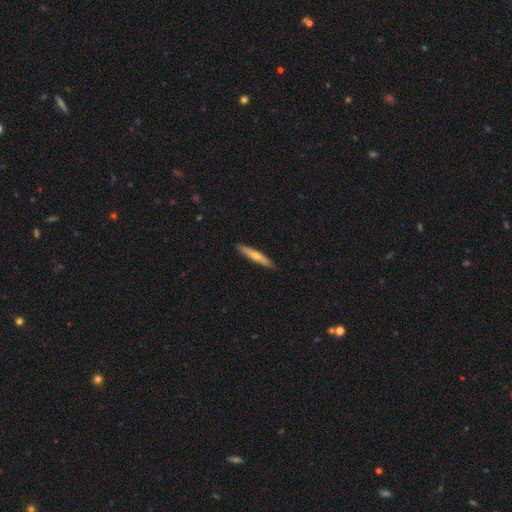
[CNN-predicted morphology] A smooth galaxy with no disk features (57%) that is cigar-shaped (91%). Merging: none (90%).